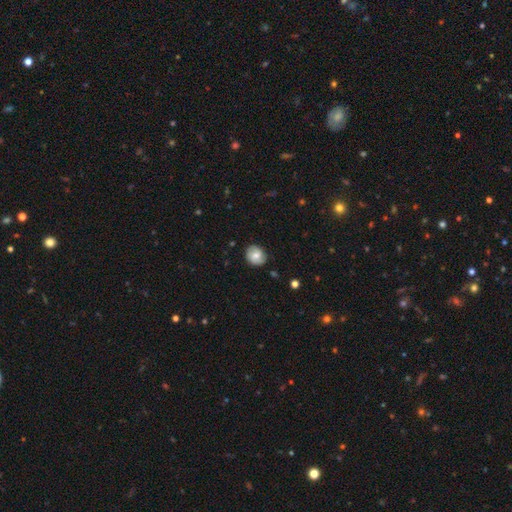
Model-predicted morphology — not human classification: Smooth or featured?
  - smooth: 62% *
  - featured or disk: 30%
  - star or artifact: 8%
How rounded?
  - round: 68% *
  - in between: 31%
  - cigar-shaped: 1%
Merging?
  - none: 79% *
  - minor disturbance: 16%
  - major disturbance: 3%
  - merger: 1%